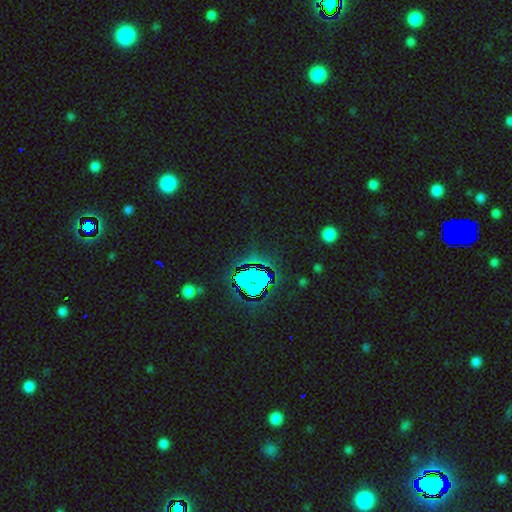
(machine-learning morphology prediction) Smooth or featured? star or artifact (82%)